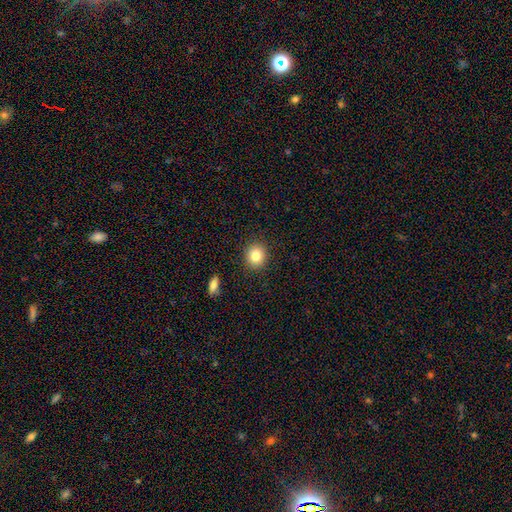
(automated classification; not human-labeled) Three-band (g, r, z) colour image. It shows a smooth galaxy with no disk features (82%) that is round (81%). Merging: none (90%).